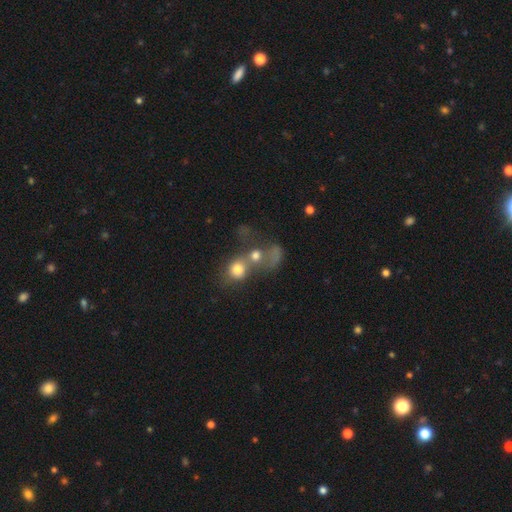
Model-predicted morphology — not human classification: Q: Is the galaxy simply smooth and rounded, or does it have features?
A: smooth — 66%.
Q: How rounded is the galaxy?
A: round — 73%.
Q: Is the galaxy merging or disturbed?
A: merger — 63%.